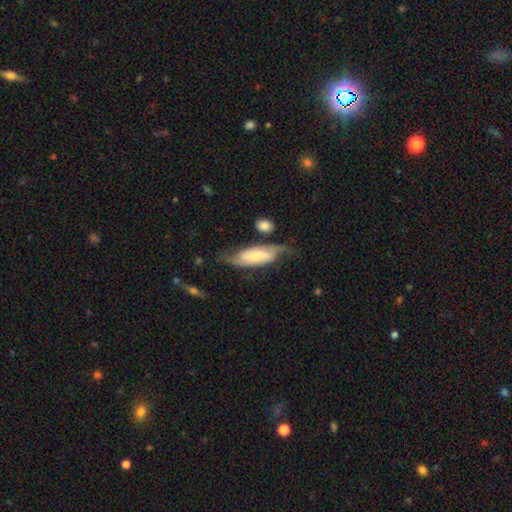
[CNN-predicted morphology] Q: Smooth or featured?
A: smooth (47%); tied with: featured or disk (47%)
Q: Merging?
A: none (53%); runner-up: minor disturbance (27%)